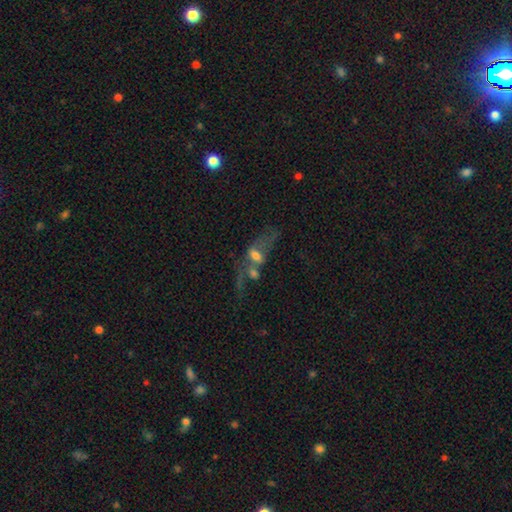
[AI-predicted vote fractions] smooth_or_featured: featured or disk (p=0.49) [alt: smooth p=0.39]
merging: merger (p=0.56) [alt: major disturbance p=0.20]